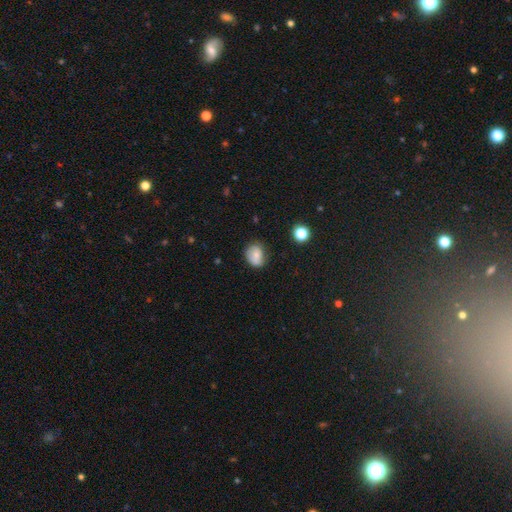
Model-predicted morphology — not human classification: Smooth or featured: smooth — 75% (featured or disk — 15%)
How rounded: in between — 52% (round — 47%)
Merging: none — 65% (minor disturbance — 27%)